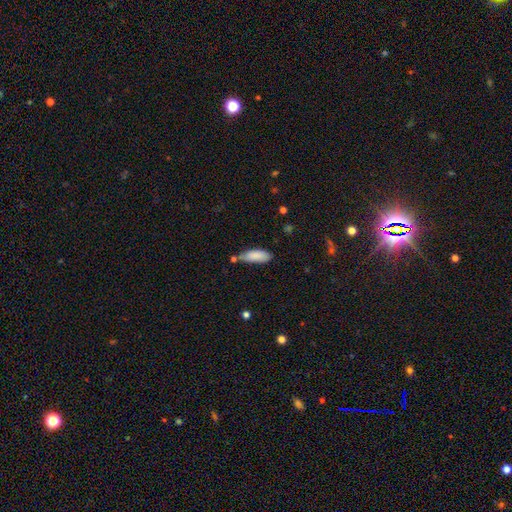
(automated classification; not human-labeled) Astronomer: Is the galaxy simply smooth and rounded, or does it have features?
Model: smooth — 87%.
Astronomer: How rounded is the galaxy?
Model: in between — 67%.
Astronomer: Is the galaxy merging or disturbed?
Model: none — 62%.